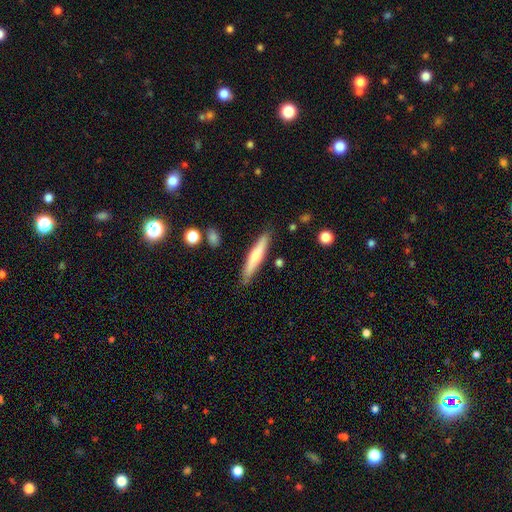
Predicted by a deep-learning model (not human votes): A smooth galaxy with no disk features (60%) that is cigar-shaped (90%). Merging: none (86%).